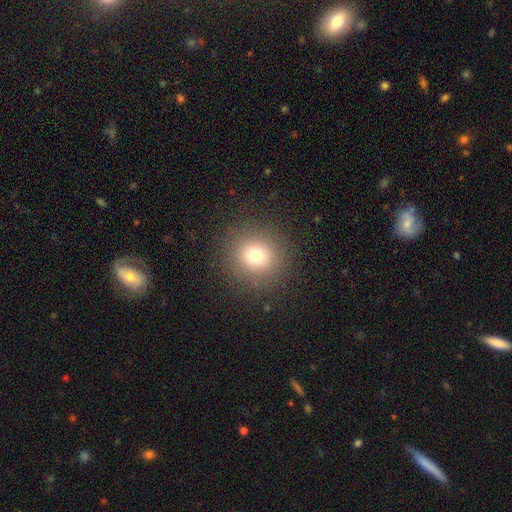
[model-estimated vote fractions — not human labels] smooth 74%, star or artifact 16%, featured or disk 10%. Down the decision tree: how rounded — round (94%); merging — none (89%).